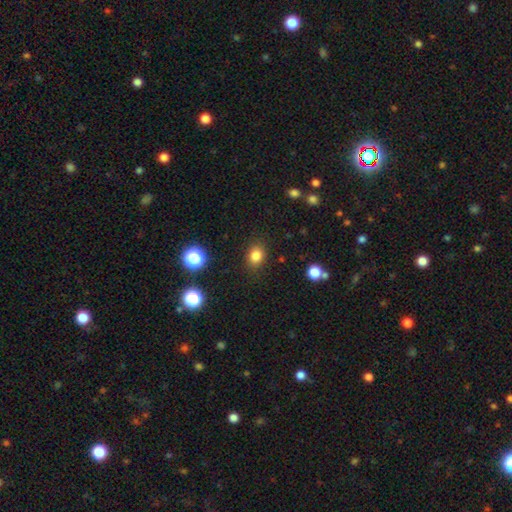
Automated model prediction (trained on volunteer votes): The model was most divided on "how rounded": round: 52%, in between: 47%, cigar-shaped: 1%. More confident: merging — none (87%); smooth or featured — smooth (82%).